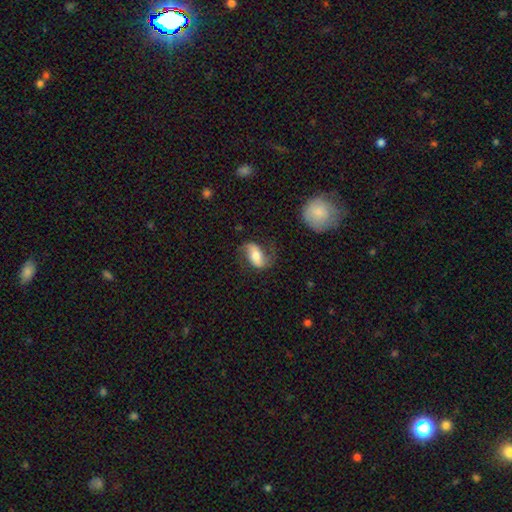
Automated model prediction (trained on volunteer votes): Smooth or featured?
  - featured or disk: 67% *
  - smooth: 26%
  - star or artifact: 7%
Edge-on disk?
  - no: 95% *
  - yes: 5%
Bar?
  - strong: 36% *
  - weak: 35%
  - no: 30%
Spiral arms?
  - yes: 91% *
  - no: 9%
Spiral winding?
  - loose: 63% *
  - medium: 28%
  - tight: 9%
Spiral arm count?
  - 2: 90% *
  - can't tell: 4%
  - 1: 4%
  - 3: 1%
  - 4: 1%
  - more than 4: 1%
Bulge size?
  - moderate: 54% *
  - small: 25%
  - large: 15%
  - none: 3%
  - dominant: 3%
Merging?
  - none: 66% *
  - minor disturbance: 19%
  - major disturbance: 12%
  - merger: 2%